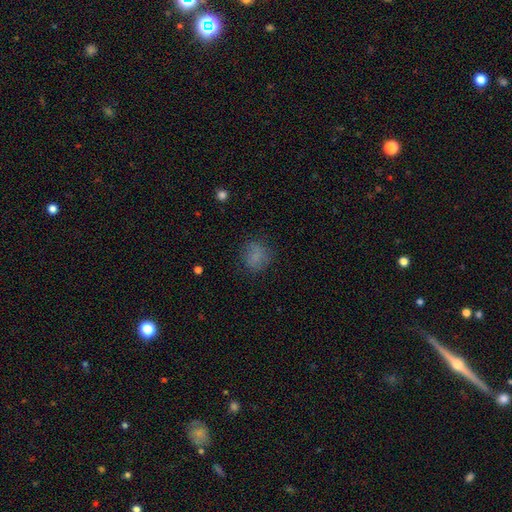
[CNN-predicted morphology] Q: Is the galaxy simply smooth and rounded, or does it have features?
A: smooth — 77%.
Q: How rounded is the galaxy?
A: round — 74%.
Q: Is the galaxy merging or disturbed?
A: none — 76%.